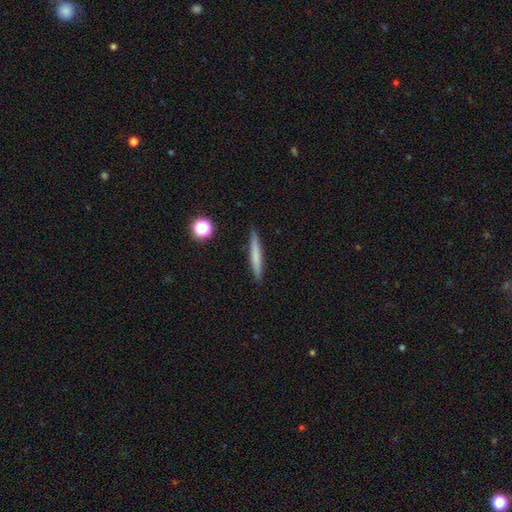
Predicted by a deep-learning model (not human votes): A smooth galaxy with no disk features (68%) that is cigar-shaped (95%).

Vote fractions:
- Smooth or featured? smooth: 68% / featured or disk: 25% / star or artifact: 7%
- How rounded? cigar-shaped: 95% / in between: 3% / round: 2%
- Merging? none: 90% / minor disturbance: 7% / major disturbance: 2% / merger: 1%